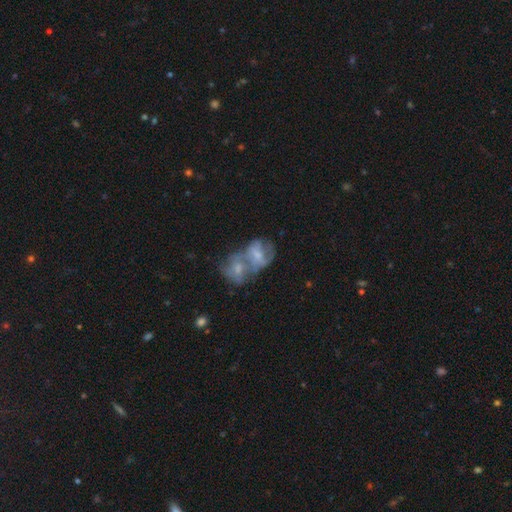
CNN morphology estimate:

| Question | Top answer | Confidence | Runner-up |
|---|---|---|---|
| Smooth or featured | featured or disk | 55% | smooth (35%) |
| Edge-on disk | no | 97% | yes (3%) |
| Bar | no | 59% | weak (32%) |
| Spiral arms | no | 52% | yes (48%) |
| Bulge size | small | 42% | moderate (37%) |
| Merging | merger | 72% | none (12%) |